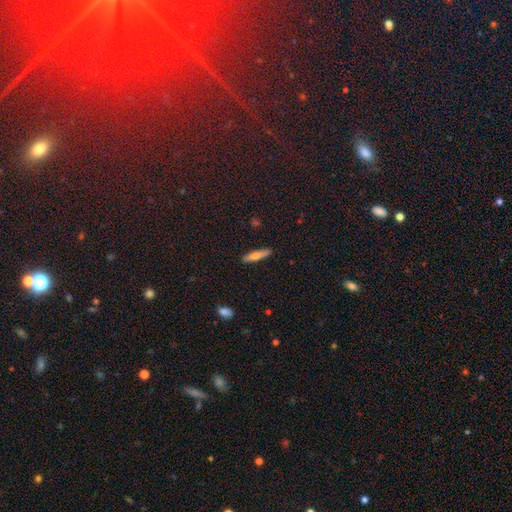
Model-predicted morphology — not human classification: Smooth or featured: smooth — 62% (featured or disk — 32%)
How rounded: cigar-shaped — 83% (in between — 15%)
Merging: none — 90% (minor disturbance — 7%)